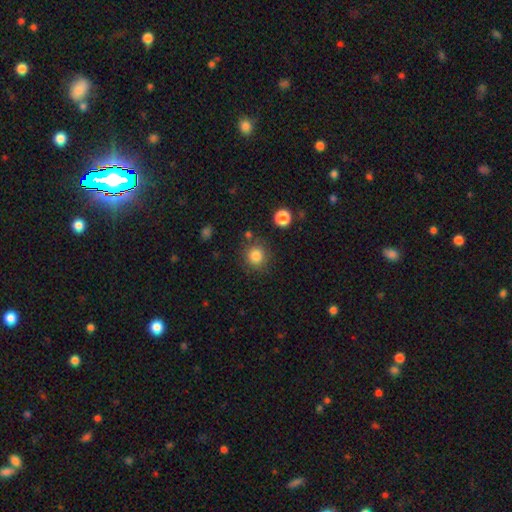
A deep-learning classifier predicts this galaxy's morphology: This is clearly a smooth galaxy (83%). How rounded: clearly round (90%). Merging: clearly none (82%).